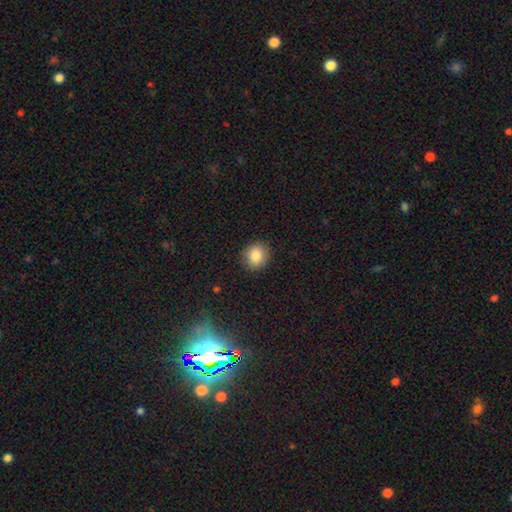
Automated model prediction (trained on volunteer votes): Morphology: type=smooth (83%); roundness=round (84%); merging=none (90%).